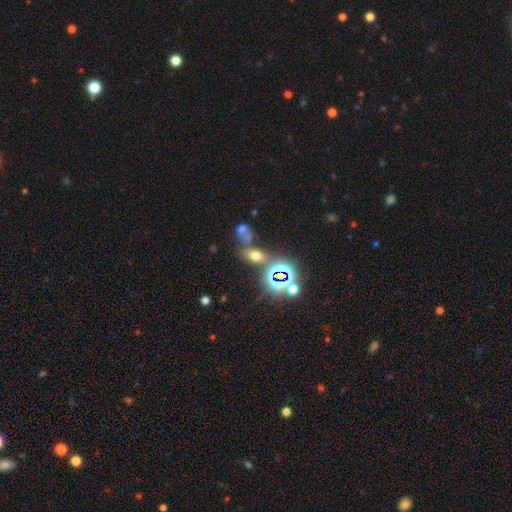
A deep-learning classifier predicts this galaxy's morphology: type=smooth (49%); merging=none (52%).